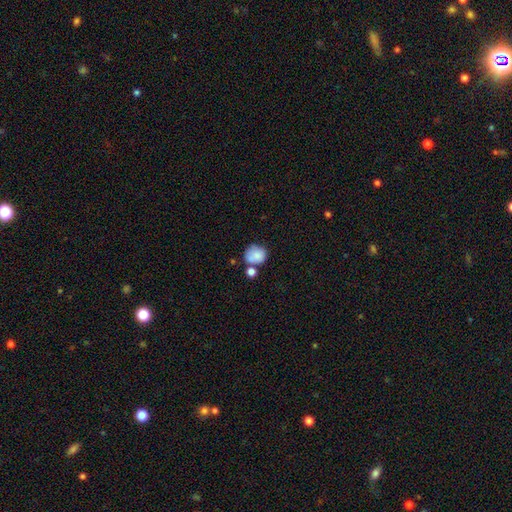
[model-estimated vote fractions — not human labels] This appears to be a smooth galaxy with no disk features (82%) that is round (79%). Merging: none (49%).